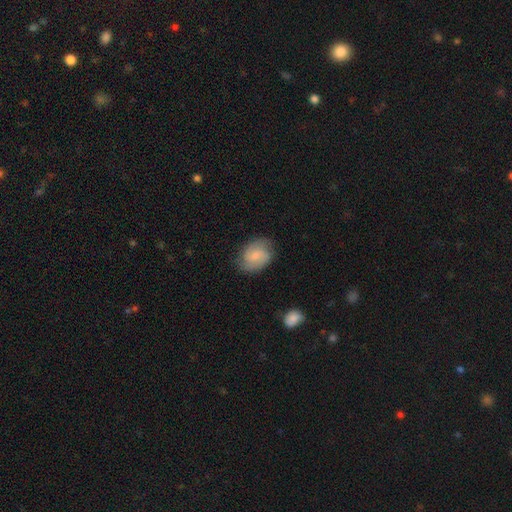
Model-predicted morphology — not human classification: A smooth galaxy with no disk features (47%).

Vote fractions:
- Smooth or featured? smooth: 47% / featured or disk: 46% / star or artifact: 7%
- Merging? none: 74% / minor disturbance: 19% / major disturbance: 5% / merger: 1%